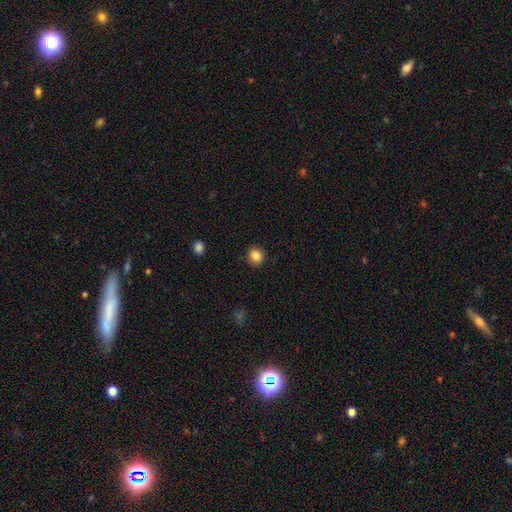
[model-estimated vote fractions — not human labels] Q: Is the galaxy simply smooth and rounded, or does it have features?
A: smooth — 85%.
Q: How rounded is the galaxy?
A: round — 83%.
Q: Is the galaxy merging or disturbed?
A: none — 88%.